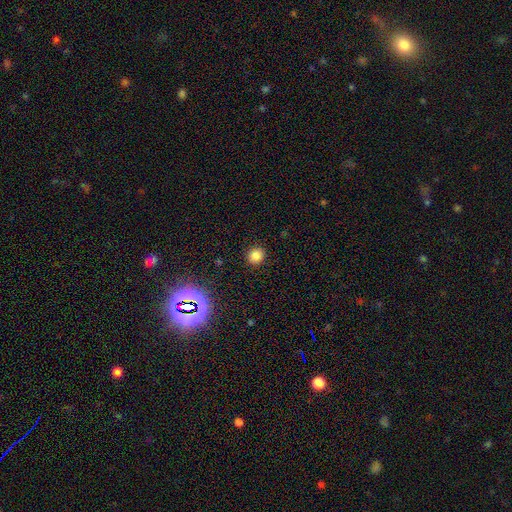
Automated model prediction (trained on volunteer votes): Smooth or featured? smooth (81%)
How rounded? round (85%)
Merging? none (91%)